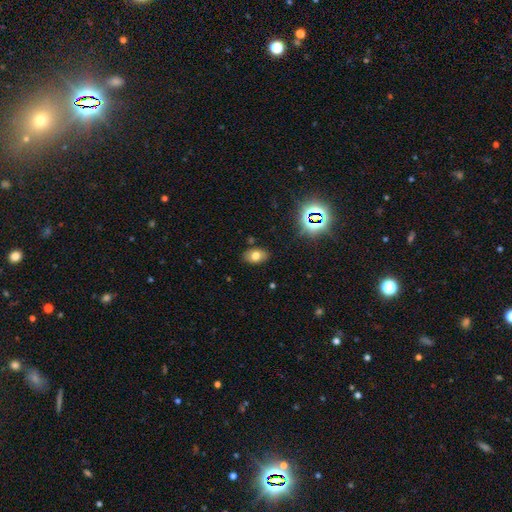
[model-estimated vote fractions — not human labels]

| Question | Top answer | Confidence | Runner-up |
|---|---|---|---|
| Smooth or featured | smooth | 72% | star or artifact (15%) |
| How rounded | in between | 85% | round (14%) |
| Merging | none | 85% | minor disturbance (11%) |